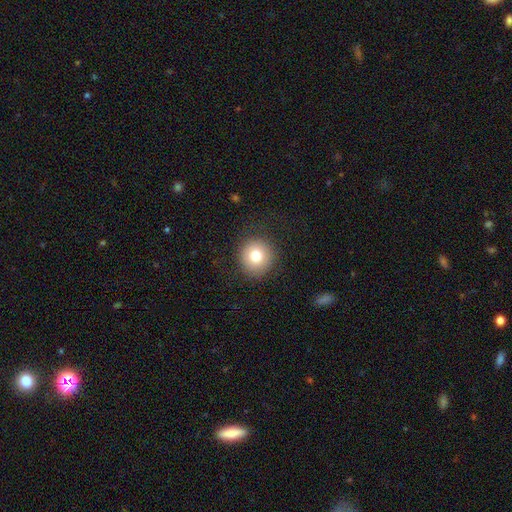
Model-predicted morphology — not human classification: Smooth or featured? Predicted: smooth (p=0.79). How rounded? Predicted: round (p=0.92). Merging? Predicted: none (p=0.87).